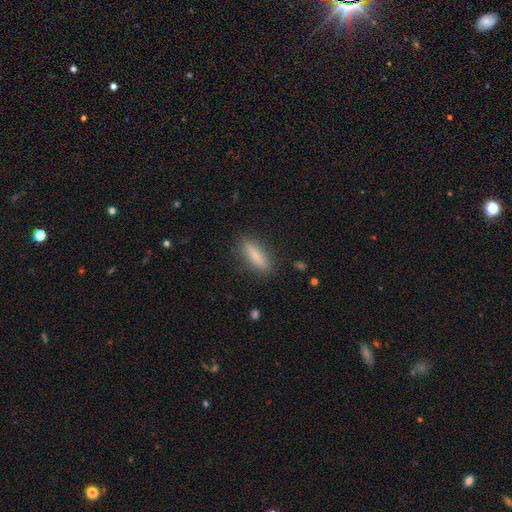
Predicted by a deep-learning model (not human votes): A smooth galaxy with no disk features (78%) that is cigar-shaped (68%). Merging: none (86%).